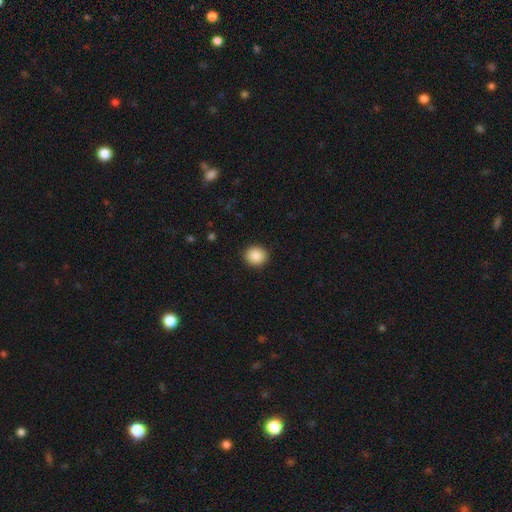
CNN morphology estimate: Q: Smooth or featured?
A: smooth (89%); runner-up: star or artifact (8%)
Q: How rounded?
A: round (83%); runner-up: in between (16%)
Q: Merging?
A: none (91%); runner-up: minor disturbance (6%)